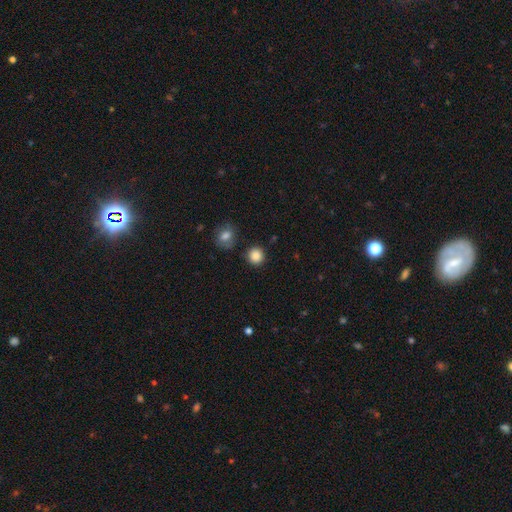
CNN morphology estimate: Q: Smooth or featured?
A: smooth (87%); runner-up: star or artifact (10%)
Q: How rounded?
A: round (92%); runner-up: in between (7%)
Q: Merging?
A: none (87%); runner-up: minor disturbance (8%)